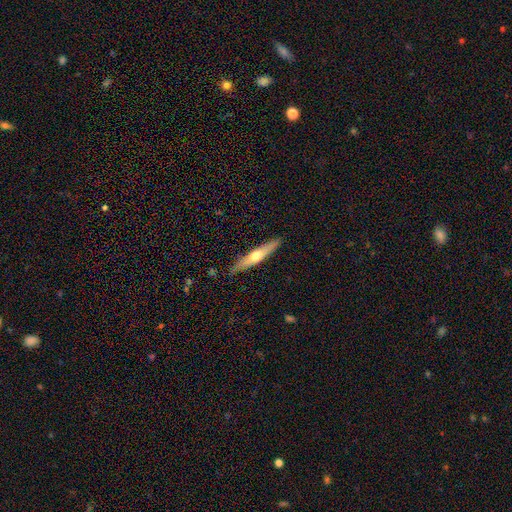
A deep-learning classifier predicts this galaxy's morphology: Smooth or featured?
  - featured or disk: 51% *
  - smooth: 43%
  - star or artifact: 5%
Edge-on disk?
  - yes: 91% *
  - no: 9%
Merging?
  - none: 87% *
  - minor disturbance: 10%
  - major disturbance: 2%
  - merger: 1%